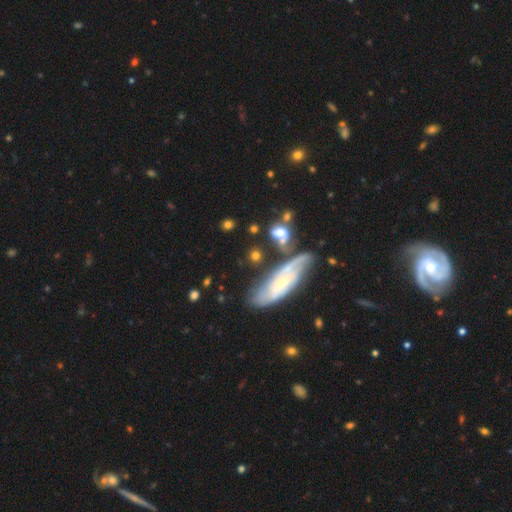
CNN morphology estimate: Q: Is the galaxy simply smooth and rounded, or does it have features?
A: smooth — 55%.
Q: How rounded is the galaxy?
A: round — 47%.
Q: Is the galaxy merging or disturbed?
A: none — 50%.